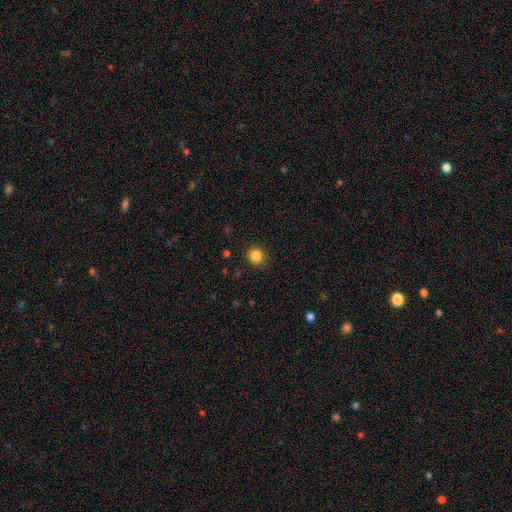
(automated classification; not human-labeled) A smooth galaxy with no disk features (85%) that is round (85%). Merging: none (89%).